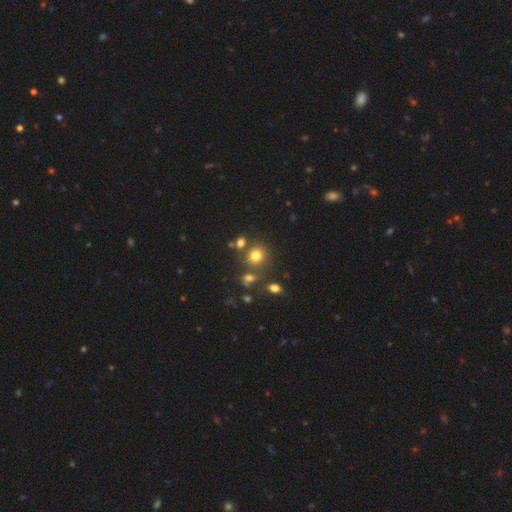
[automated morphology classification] A smooth galaxy with no disk features (75%) that is round (81%). Merging: none (69%).